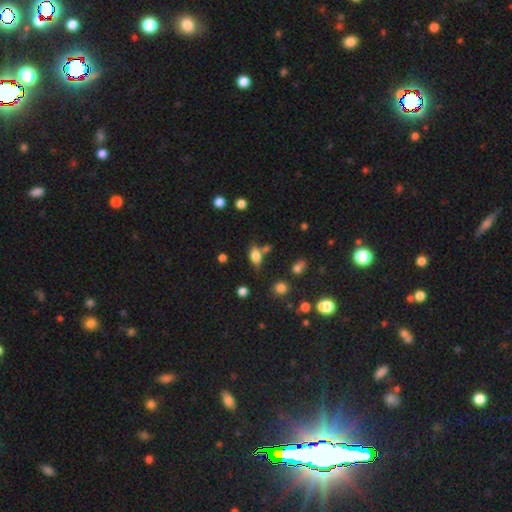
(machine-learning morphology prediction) smooth-or-featured: smooth: 73% | featured or disk: 16% | star or artifact: 11%
  how-rounded: in between: 82% | cigar-shaped: 9% | round: 9%
  merging: none: 62% | minor disturbance: 18% | merger: 13% | major disturbance: 6%